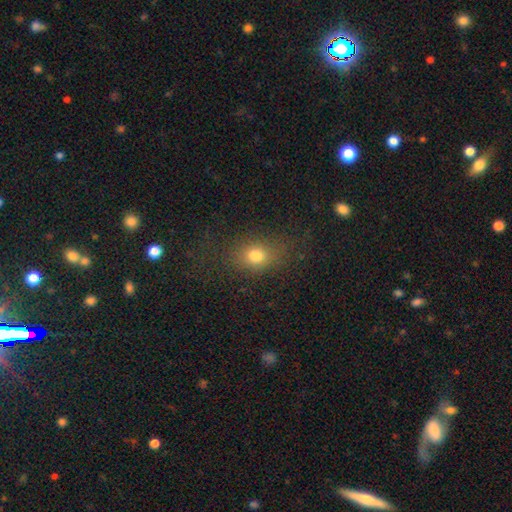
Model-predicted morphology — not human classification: A smooth galaxy with no disk features (76%) that is in between round and cigar-shaped (54%).

Vote fractions:
- Smooth or featured? smooth: 76% / star or artifact: 15% / featured or disk: 9%
- How rounded? in between: 54% / round: 43% / cigar-shaped: 3%
- Merging? none: 77% / minor disturbance: 14% / major disturbance: 8% / merger: 2%